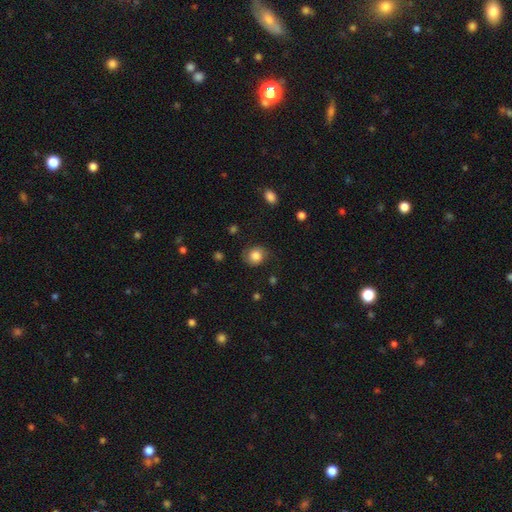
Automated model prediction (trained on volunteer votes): Smooth or featured: smooth — 76% (featured or disk — 15%)
How rounded: round — 75% (in between — 25%)
Merging: none — 72% (minor disturbance — 20%)